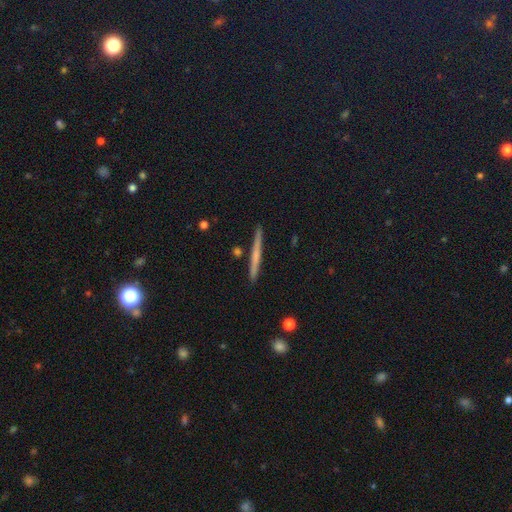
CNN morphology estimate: Q: Smooth or featured?
A: smooth (50%); runner-up: featured or disk (44%)
Q: How rounded?
A: cigar-shaped (97%); runner-up: in between (2%)
Q: Merging?
A: none (90%); runner-up: minor disturbance (6%)